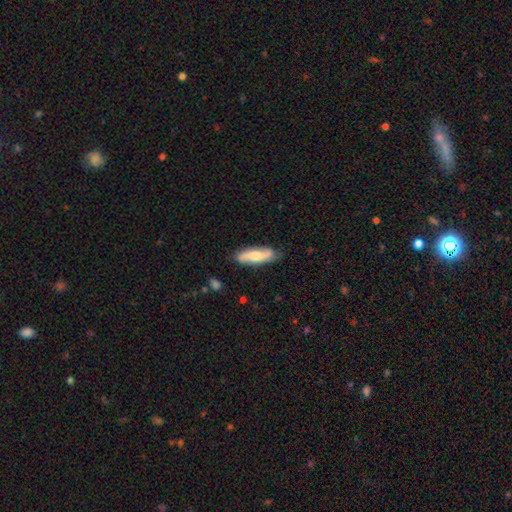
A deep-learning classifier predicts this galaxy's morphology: Smooth or featured: featured or disk — 47% (tied with smooth — 47%)
Merging: none — 80% (minor disturbance — 15%)